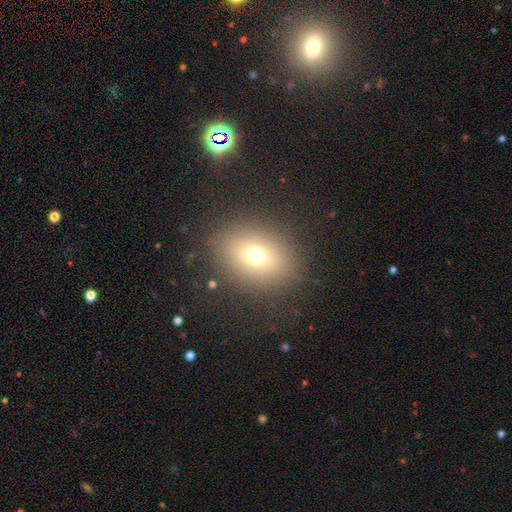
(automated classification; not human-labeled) Smooth or featured?
  - smooth: 68% *
  - star or artifact: 17%
  - featured or disk: 15%
How rounded?
  - in between: 56% *
  - round: 43%
  - cigar-shaped: 1%
Merging?
  - none: 85% *
  - minor disturbance: 9%
  - major disturbance: 5%
  - merger: 1%